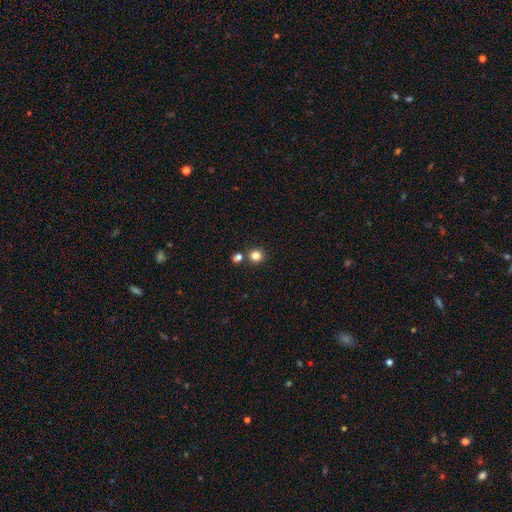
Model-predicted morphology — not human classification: Smooth or featured?
  - smooth: 82% *
  - star or artifact: 13%
  - featured or disk: 5%
How rounded?
  - round: 90% *
  - in between: 9%
  - cigar-shaped: 1%
Merging?
  - none: 77% *
  - merger: 13%
  - minor disturbance: 7%
  - major disturbance: 2%